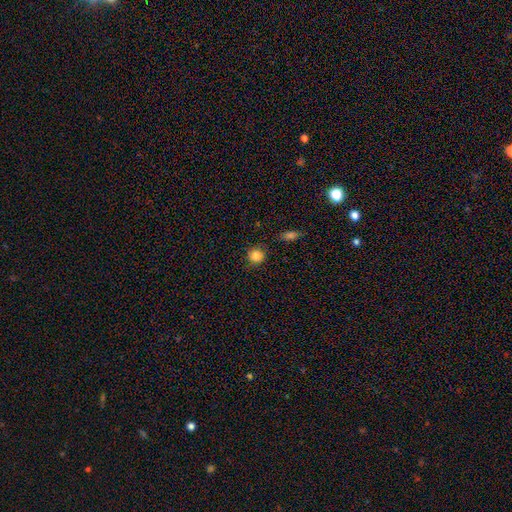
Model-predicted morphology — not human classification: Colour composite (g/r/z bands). It shows a smooth galaxy with no disk features (84%) that is round (89%). Merging: none (83%).